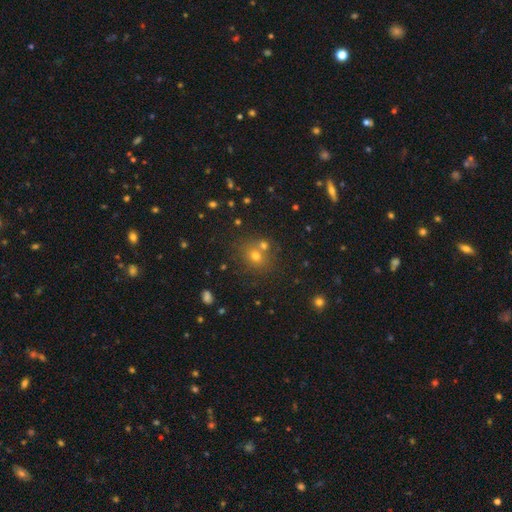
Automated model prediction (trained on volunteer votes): Smooth or featured?
  - smooth: 64% *
  - star or artifact: 23%
  - featured or disk: 13%
How rounded?
  - round: 76% *
  - in between: 23%
  - cigar-shaped: 1%
Merging?
  - none: 62% *
  - merger: 25%
  - minor disturbance: 9%
  - major disturbance: 4%